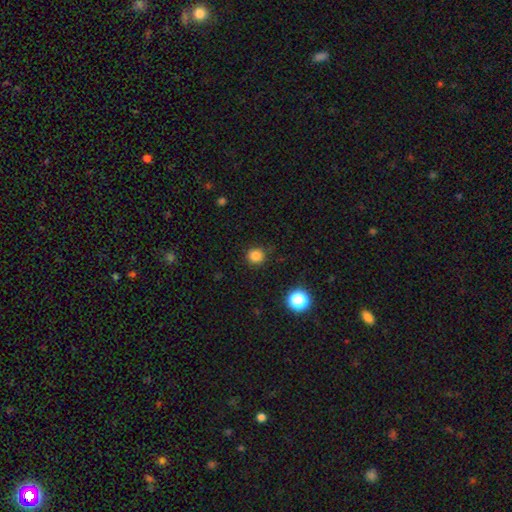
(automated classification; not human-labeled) This is clearly a smooth galaxy (83%). How rounded: clearly round (92%). Merging: clearly none (86%).